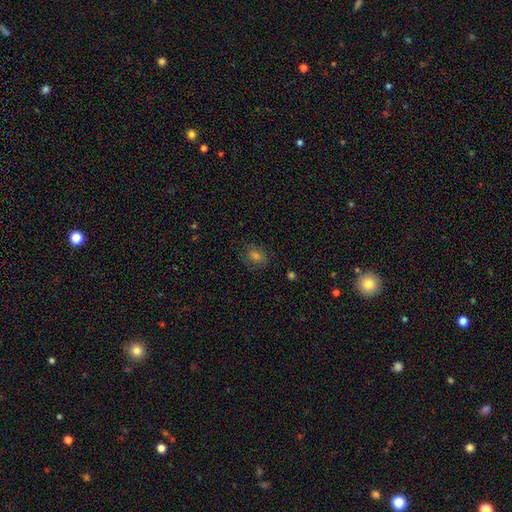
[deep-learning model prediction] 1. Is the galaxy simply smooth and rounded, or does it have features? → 58% smooth, 28% star or artifact, 14% featured or disk.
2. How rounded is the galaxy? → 60% round, 38% in between, 1% cigar-shaped.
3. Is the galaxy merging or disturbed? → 81% none, 13% minor disturbance, 5% major disturbance, 1% merger.